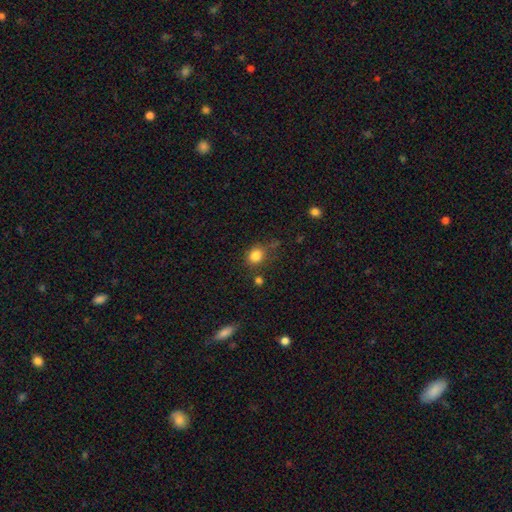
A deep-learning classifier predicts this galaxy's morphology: smooth-or-featured: smooth: 82% | star or artifact: 12% | featured or disk: 6%
  how-rounded: round: 70% | in between: 29% | cigar-shaped: 1%
  merging: none: 70% | minor disturbance: 18% | merger: 6% | major disturbance: 6%